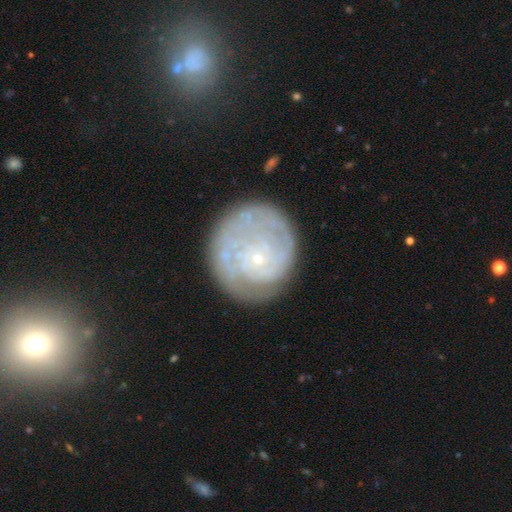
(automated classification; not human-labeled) This appears to be a featured or disk galaxy (72%) with no bar (82%), tight (73%) spiral arms (84%) and a small central bulge (87%). Merging: none (72%).